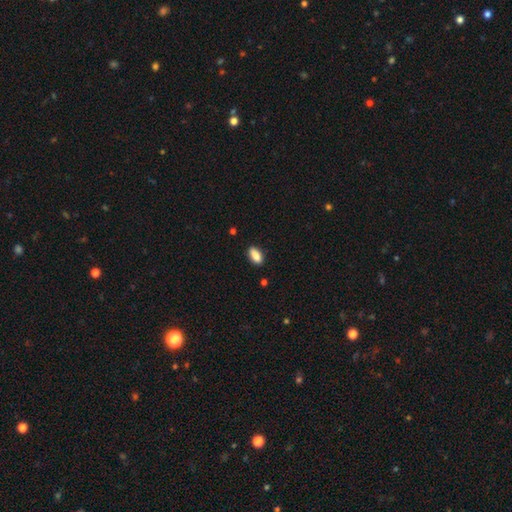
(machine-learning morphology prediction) smooth_or_featured: smooth (p=0.87) [alt: star or artifact p=0.07]
how_rounded: in between (p=0.85) [alt: cigar-shaped p=0.12]
merging: none (p=0.86) [alt: minor disturbance p=0.11]